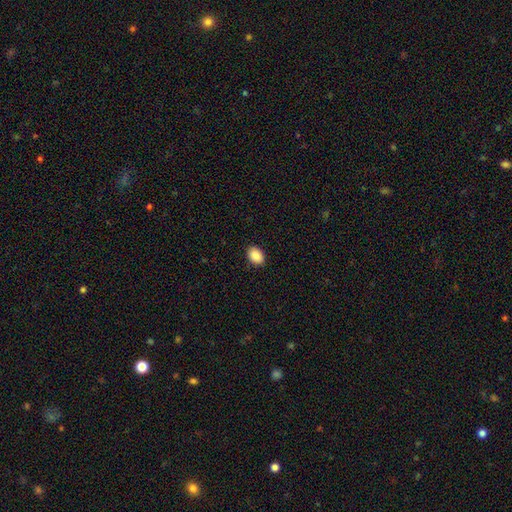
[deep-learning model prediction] The model was most divided on "how rounded": in between: 79%, round: 19%, cigar-shaped: 1%. More confident: smooth or featured — smooth (90%); merging — none (90%).